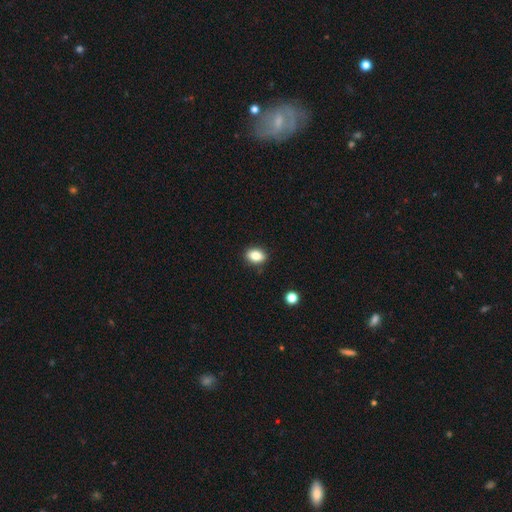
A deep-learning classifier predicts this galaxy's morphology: A smooth galaxy with no disk features (83%) that is in between round and cigar-shaped (73%). Merging: none (87%).